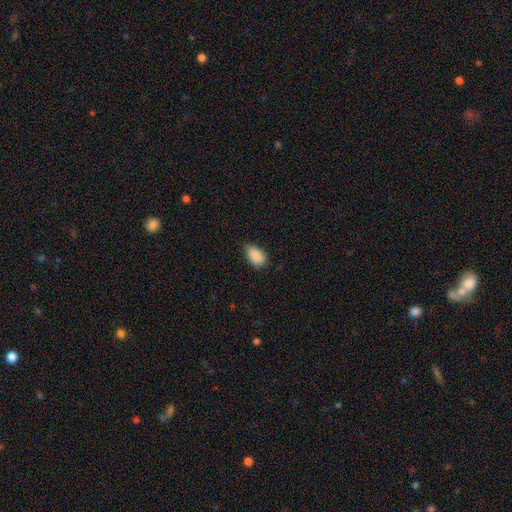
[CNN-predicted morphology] A smooth galaxy with no disk features (88%) that is in between round and cigar-shaped (91%). Merging: none (68%).